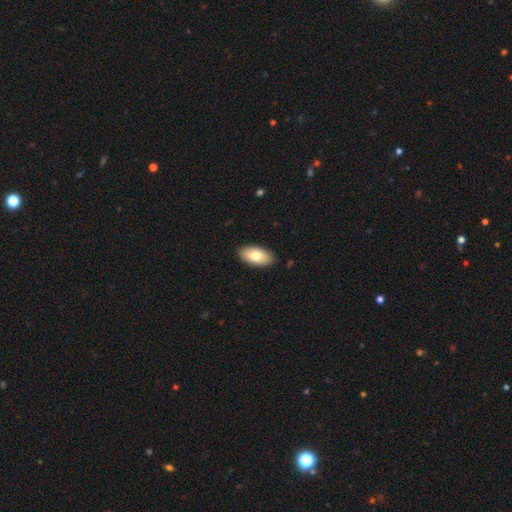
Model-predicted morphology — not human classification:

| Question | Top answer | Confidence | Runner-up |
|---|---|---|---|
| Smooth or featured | smooth | 76% | featured or disk (18%) |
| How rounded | in between | 94% | cigar-shaped (3%) |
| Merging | none | 89% | minor disturbance (8%) |